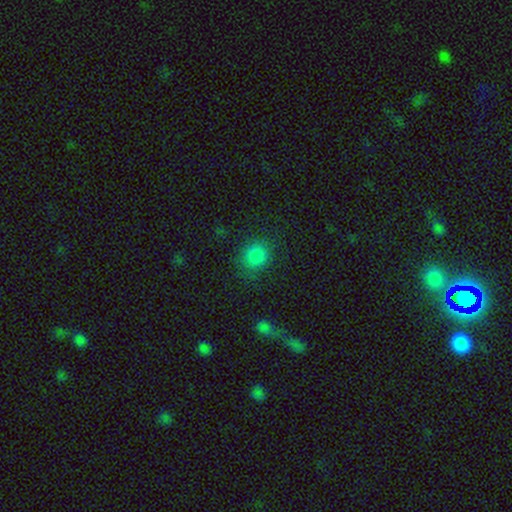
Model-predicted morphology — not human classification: Smooth or featured: smooth — 84% (star or artifact — 12%)
How rounded: round — 84% (in between — 15%)
Merging: none — 82% (minor disturbance — 11%)